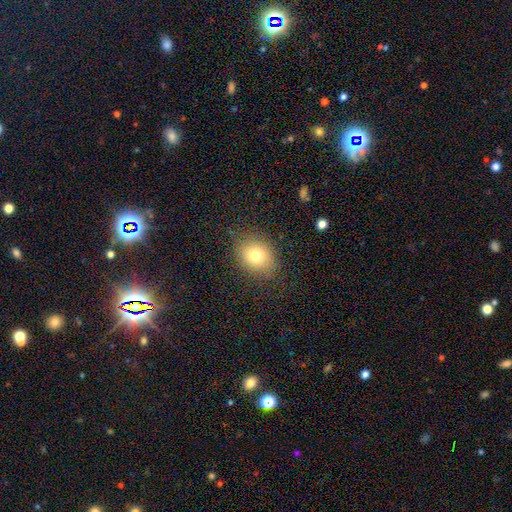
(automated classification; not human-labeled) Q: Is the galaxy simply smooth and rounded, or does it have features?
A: smooth — 76%.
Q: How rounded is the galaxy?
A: round — 63%.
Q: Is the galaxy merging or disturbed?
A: none — 85%.